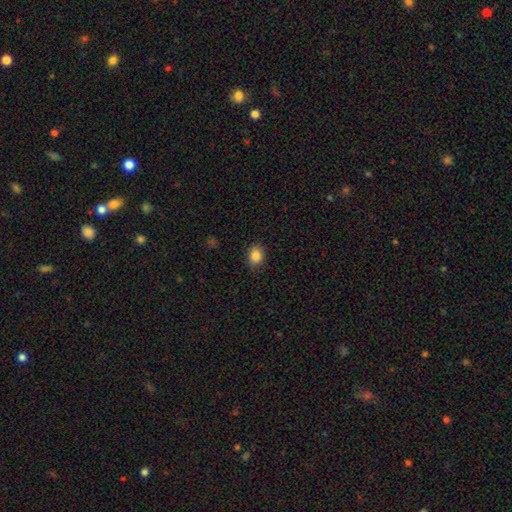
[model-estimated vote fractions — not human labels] Q: Smooth or featured?
A: smooth (86%); runner-up: star or artifact (10%)
Q: How rounded?
A: round (56%); runner-up: in between (43%)
Q: Merging?
A: none (88%); runner-up: minor disturbance (9%)